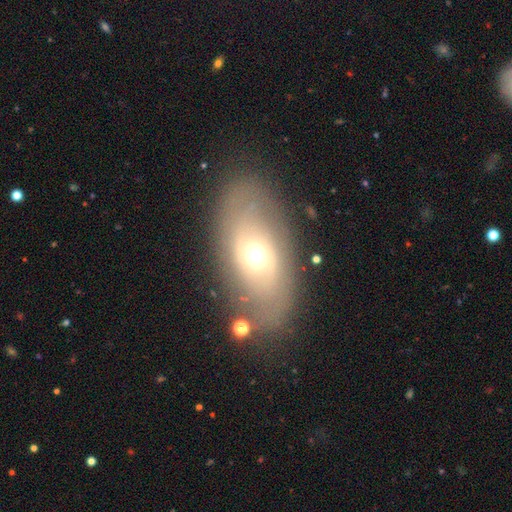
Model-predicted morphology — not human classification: Q: Smooth or featured?
A: featured or disk (59%); runner-up: smooth (33%)
Q: Edge-on disk?
A: no (89%); runner-up: yes (11%)
Q: Bar?
A: no (66%); runner-up: weak (27%)
Q: Spiral arms?
A: yes (56%); runner-up: no (44%)
Q: Bulge size?
A: moderate (66%); runner-up: small (22%)
Q: Merging?
A: none (77%); runner-up: minor disturbance (14%)